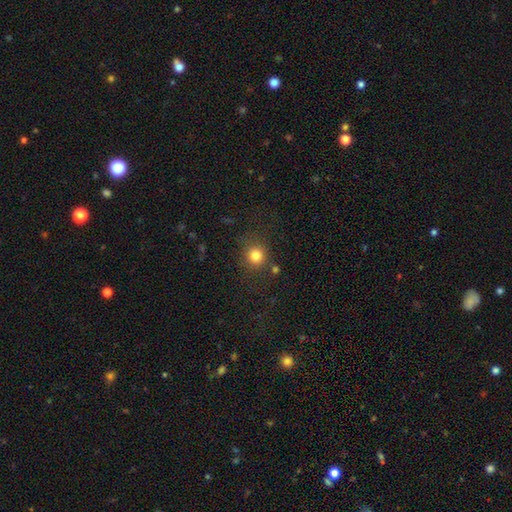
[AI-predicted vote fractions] A smooth galaxy with no disk features (82%) that is round (90%). Merging: none (80%).